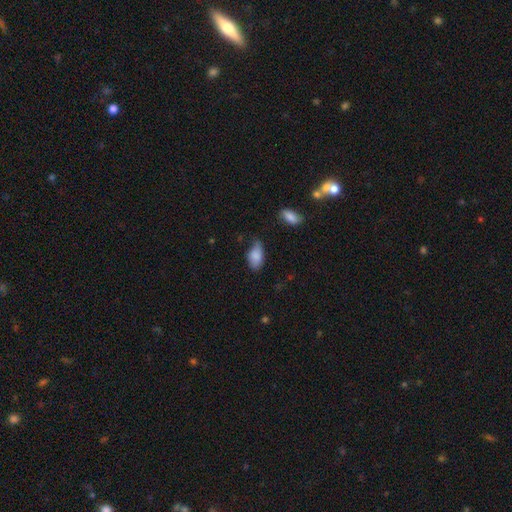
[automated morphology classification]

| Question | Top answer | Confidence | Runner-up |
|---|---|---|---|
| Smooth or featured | smooth | 85% | featured or disk (8%) |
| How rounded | in between | 93% | round (5%) |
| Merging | none | 47% | minor disturbance (40%) |